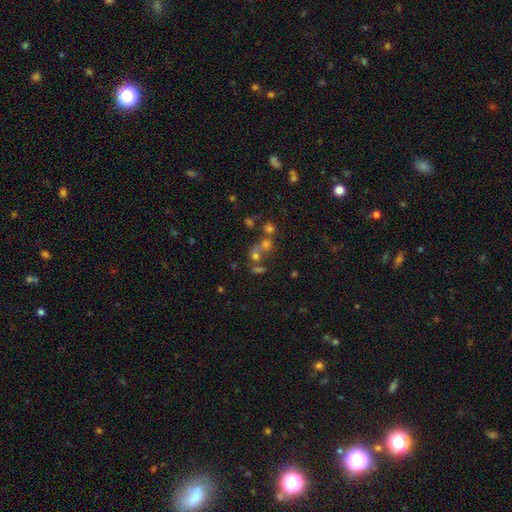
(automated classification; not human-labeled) Smooth or featured: star or artifact — 39% (smooth — 37%)